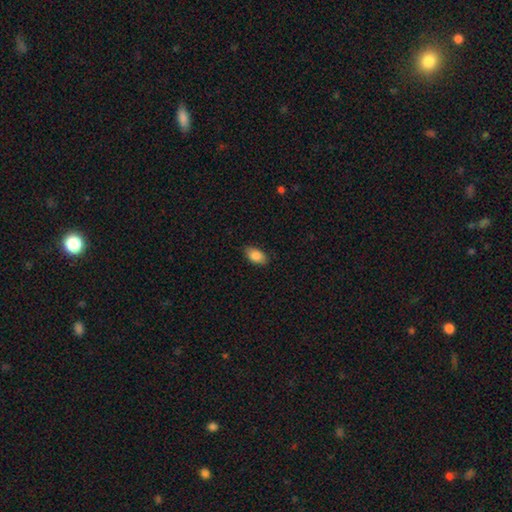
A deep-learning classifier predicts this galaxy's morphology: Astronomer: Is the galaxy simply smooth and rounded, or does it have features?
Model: smooth — 87%.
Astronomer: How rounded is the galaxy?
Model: in between — 92%.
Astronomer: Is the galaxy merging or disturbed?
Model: none — 85%.